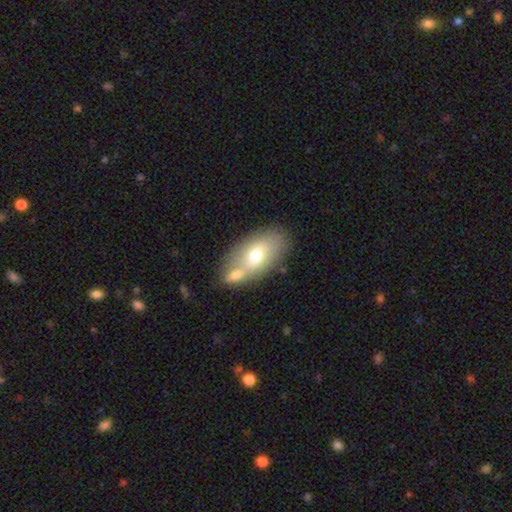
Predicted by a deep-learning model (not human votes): Smooth or featured? Predicted: smooth (p=0.64). How rounded? Predicted: in between (p=0.90). Merging? Predicted: none (p=0.48).